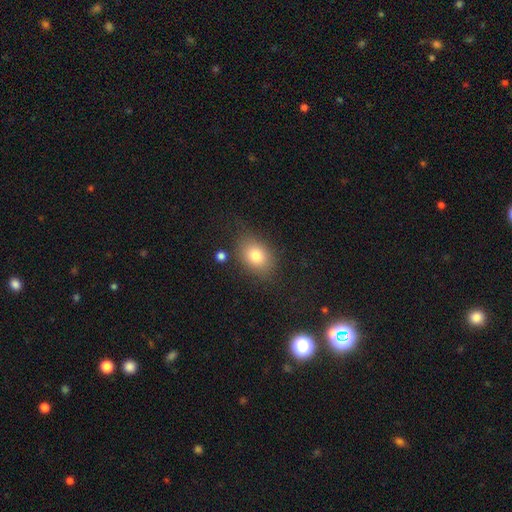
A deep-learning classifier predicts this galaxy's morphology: Smooth or featured?
  - smooth: 79% *
  - featured or disk: 11%
  - star or artifact: 10%
How rounded?
  - in between: 71% *
  - round: 28%
  - cigar-shaped: 1%
Merging?
  - none: 76% *
  - minor disturbance: 15%
  - major disturbance: 5%
  - merger: 3%